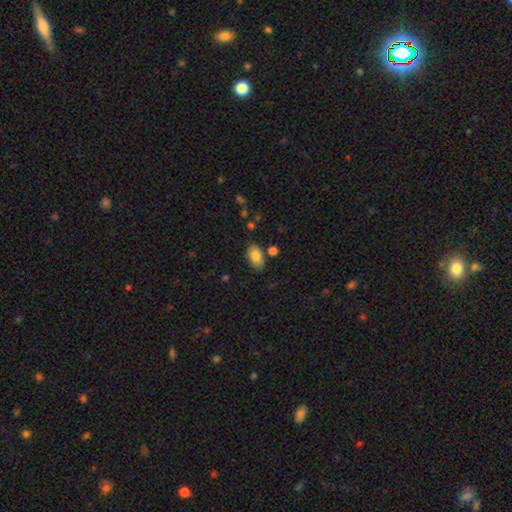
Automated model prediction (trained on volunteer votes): A smooth galaxy with no disk features (84%) that is in between round and cigar-shaped (93%).

Vote fractions:
- Smooth or featured? smooth: 84% / featured or disk: 9% / star or artifact: 7%
- How rounded? in between: 93% / round: 5% / cigar-shaped: 2%
- Merging? none: 78% / minor disturbance: 14% / merger: 5% / major disturbance: 3%